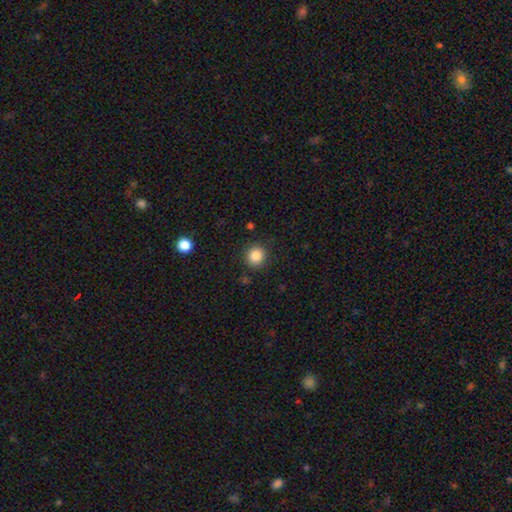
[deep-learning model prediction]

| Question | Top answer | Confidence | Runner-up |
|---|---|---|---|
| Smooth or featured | smooth | 86% | star or artifact (10%) |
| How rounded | round | 90% | in between (9%) |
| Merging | none | 89% | minor disturbance (7%) |